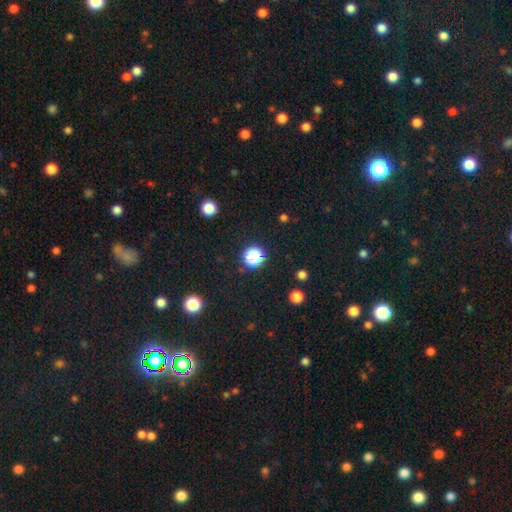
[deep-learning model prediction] This is likely a smooth galaxy (68%). How rounded: clearly round (91%). Merging: clearly none (86%).